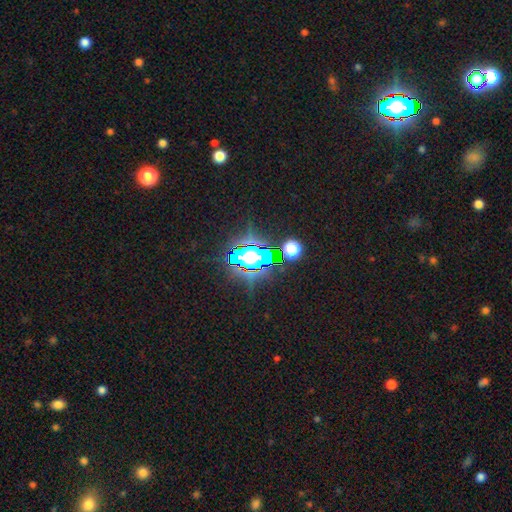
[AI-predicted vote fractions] This appears to be a star or artifact, not a galaxy (72%).